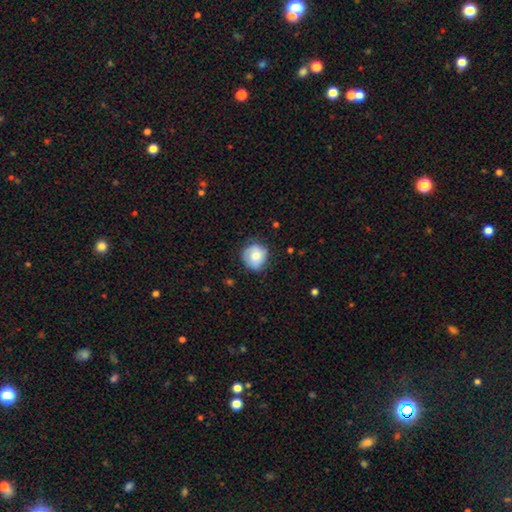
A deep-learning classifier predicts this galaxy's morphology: A smooth galaxy with no disk features (72%) that is round (83%).

Vote fractions:
- Smooth or featured? smooth: 72% / featured or disk: 21% / star or artifact: 7%
- How rounded? round: 83% / in between: 16% / cigar-shaped: 1%
- Merging? none: 70% / minor disturbance: 23% / major disturbance: 5% / merger: 1%